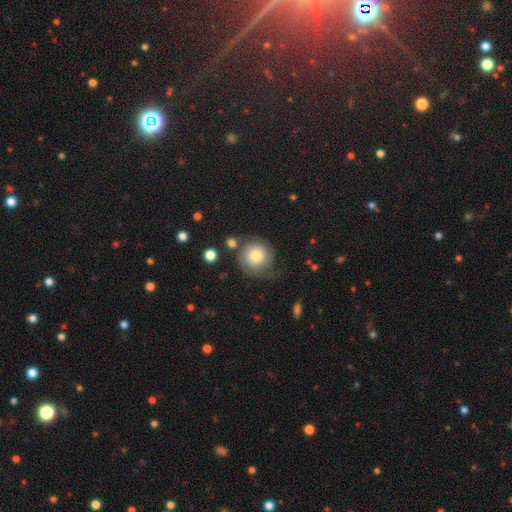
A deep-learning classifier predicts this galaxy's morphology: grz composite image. It shows a smooth galaxy with no disk features (57%) that is round (92%). Merging: none (62%).